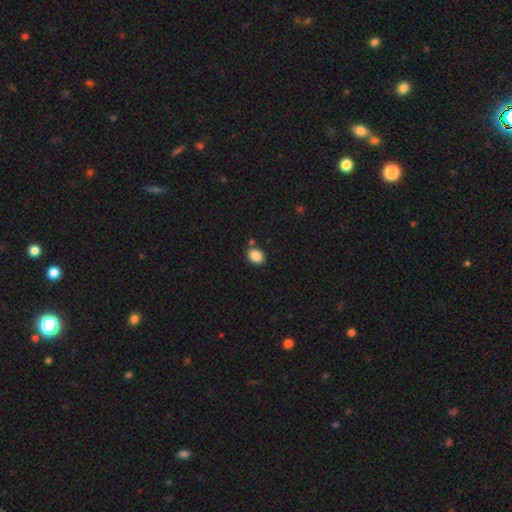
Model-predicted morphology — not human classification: A smooth galaxy with no disk features (87%) that is in between round and cigar-shaped (68%). Merging: none (80%).